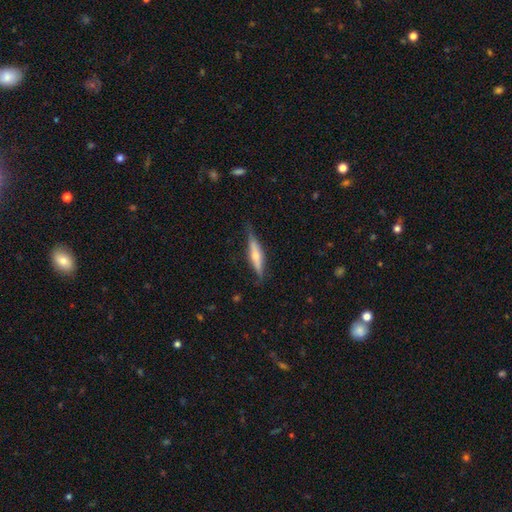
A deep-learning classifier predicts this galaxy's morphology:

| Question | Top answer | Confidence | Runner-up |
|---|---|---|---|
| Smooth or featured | featured or disk | 52% | smooth (42%) |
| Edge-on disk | yes | 92% | no (8%) |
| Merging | none | 77% | minor disturbance (18%) |